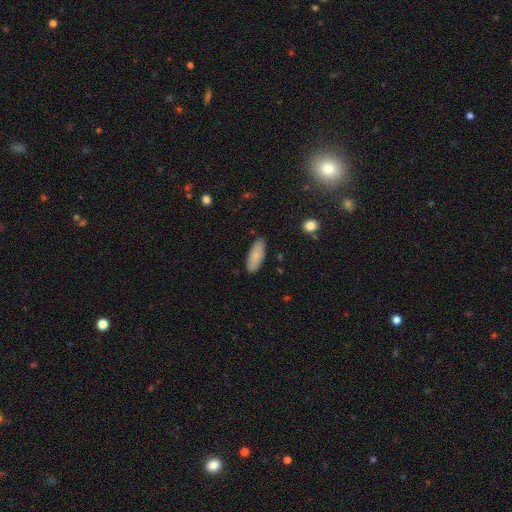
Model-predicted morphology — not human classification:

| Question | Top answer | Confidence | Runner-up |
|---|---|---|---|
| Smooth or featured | smooth | 81% | featured or disk (13%) |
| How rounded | in between | 77% | cigar-shaped (21%) |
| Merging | none | 86% | minor disturbance (11%) |